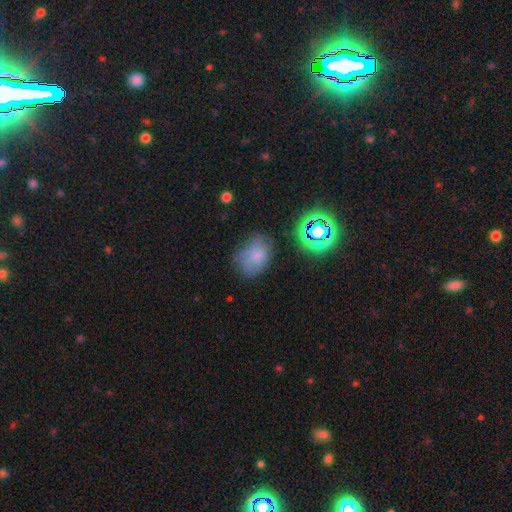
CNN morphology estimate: Overall: smooth (63%). How rounded: in between (74%). Merging: none (51%; minor disturbance 30%).